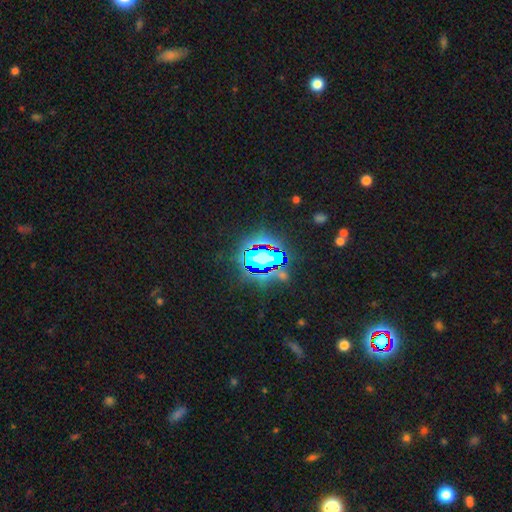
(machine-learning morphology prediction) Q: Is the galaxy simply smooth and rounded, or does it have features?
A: star or artifact — 70%.